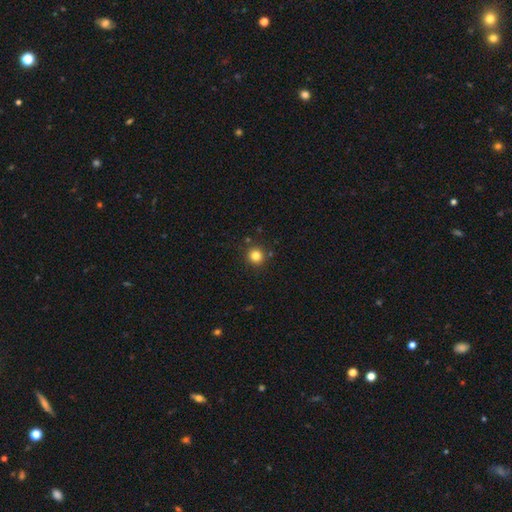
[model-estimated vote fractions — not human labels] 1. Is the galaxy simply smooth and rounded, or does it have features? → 82% smooth, 13% star or artifact, 5% featured or disk.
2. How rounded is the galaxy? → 94% round, 5% in between, 1% cigar-shaped.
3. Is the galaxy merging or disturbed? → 88% none, 7% minor disturbance, 3% merger, 2% major disturbance.